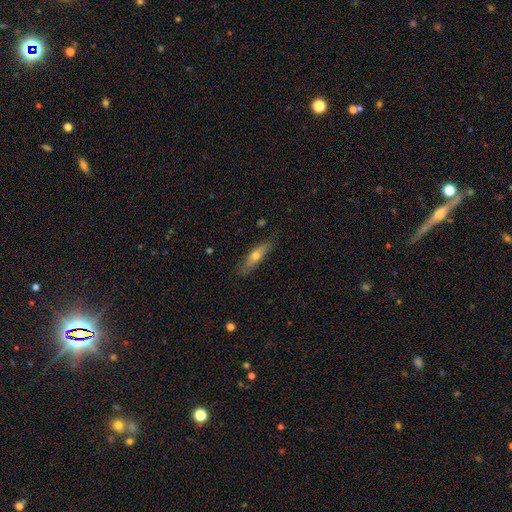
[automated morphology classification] Smooth or featured: smooth — 54% (featured or disk — 39%)
How rounded: cigar-shaped — 69% (in between — 29%)
Merging: none — 81% (minor disturbance — 15%)